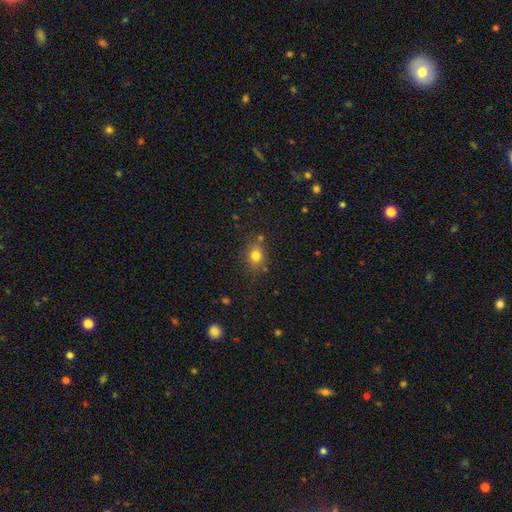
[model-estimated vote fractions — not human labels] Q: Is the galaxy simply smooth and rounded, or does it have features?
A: smooth — 78%.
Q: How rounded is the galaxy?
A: round — 58%.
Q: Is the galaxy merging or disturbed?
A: none — 75%.